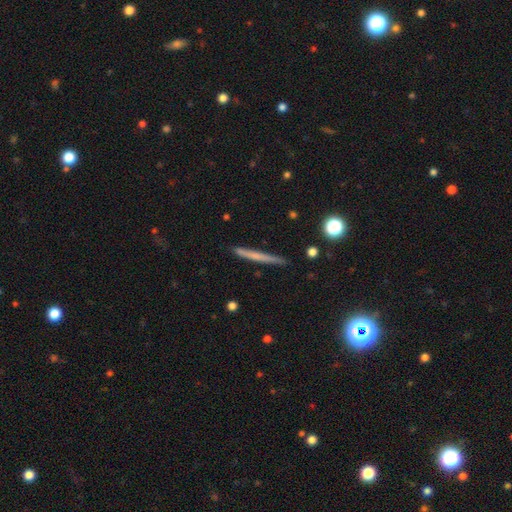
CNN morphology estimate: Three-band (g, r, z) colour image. It shows a smooth galaxy with no disk features (52%) that is cigar-shaped (96%). Merging: none (90%).